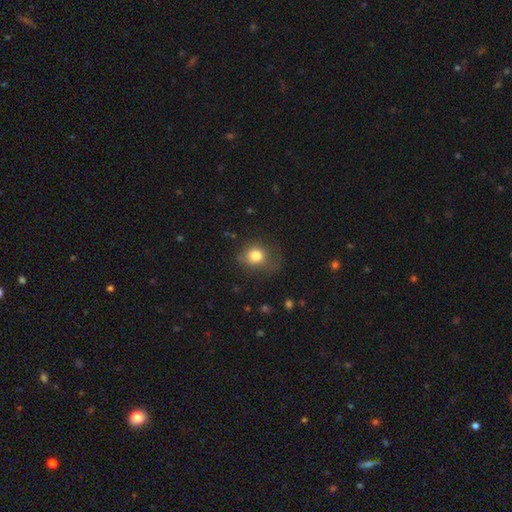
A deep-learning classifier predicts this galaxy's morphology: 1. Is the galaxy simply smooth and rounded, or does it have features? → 79% smooth, 11% featured or disk, 10% star or artifact.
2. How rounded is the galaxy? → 61% round, 38% in between, 1% cigar-shaped.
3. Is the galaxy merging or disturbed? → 49% none, 30% minor disturbance, 19% major disturbance, 2% merger.